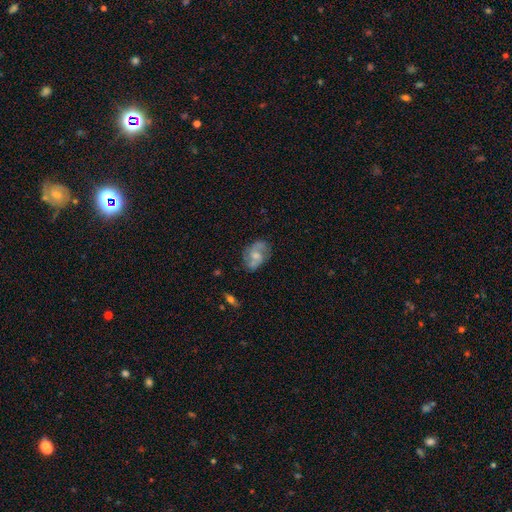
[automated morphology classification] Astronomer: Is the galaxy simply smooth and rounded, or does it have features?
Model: featured or disk — 56% (runner-up: smooth, 36%).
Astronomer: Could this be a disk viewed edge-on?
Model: no — 96%.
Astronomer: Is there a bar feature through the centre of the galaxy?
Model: no — 61%.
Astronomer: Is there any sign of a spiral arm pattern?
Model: yes — 74%.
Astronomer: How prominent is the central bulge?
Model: moderate — 47% (runner-up: small, 33%).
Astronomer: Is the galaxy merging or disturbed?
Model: none — 63%.